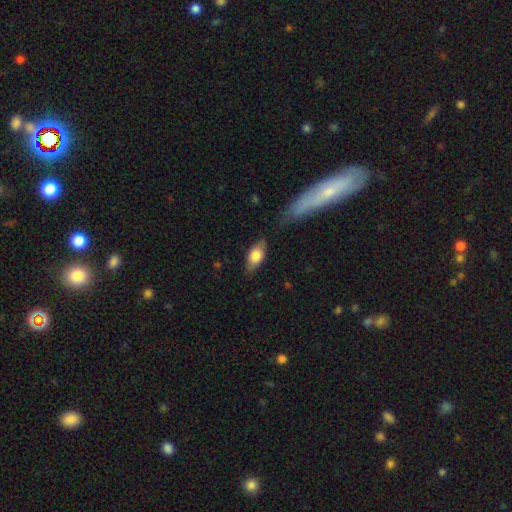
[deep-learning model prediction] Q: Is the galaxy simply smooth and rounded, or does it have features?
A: smooth — 74%.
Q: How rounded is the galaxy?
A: in between — 87%.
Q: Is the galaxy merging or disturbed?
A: none — 77%.